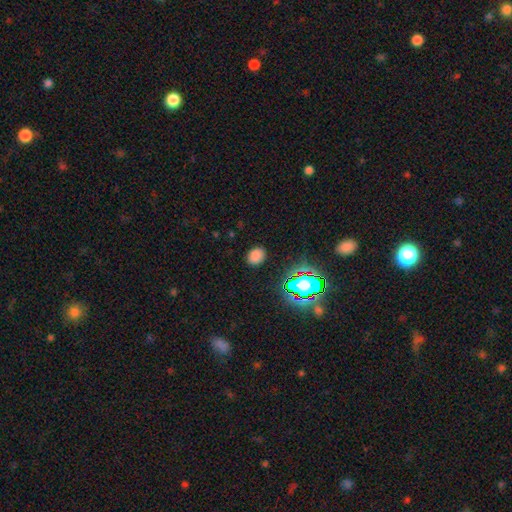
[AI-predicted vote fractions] A smooth galaxy with no disk features (76%) that is in between round and cigar-shaped (56%).

Vote fractions:
- Smooth or featured? smooth: 76% / star or artifact: 19% / featured or disk: 5%
- How rounded? in between: 56% / round: 43% / cigar-shaped: 1%
- Merging? none: 86% / minor disturbance: 10% / major disturbance: 3% / merger: 1%